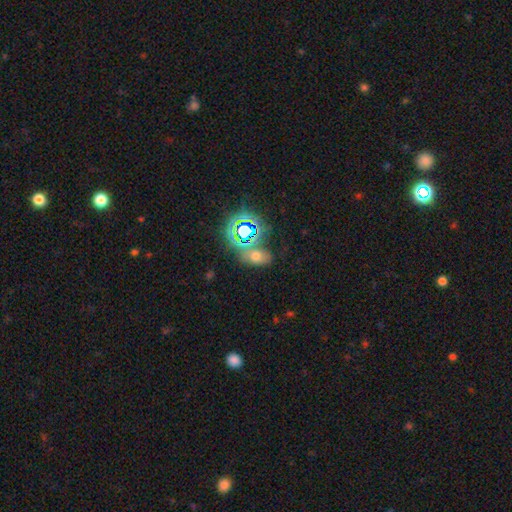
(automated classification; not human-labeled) Overall: smooth (52%; star or artifact 36%). How rounded: in between (78%). Merging: none (61%).